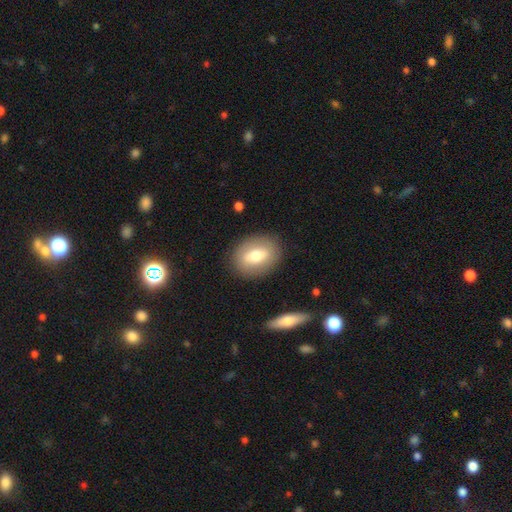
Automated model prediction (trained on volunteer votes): smooth 64%, featured or disk 29%, star or artifact 7%. Down the decision tree: how rounded — in between (69%); merging — none (85%).